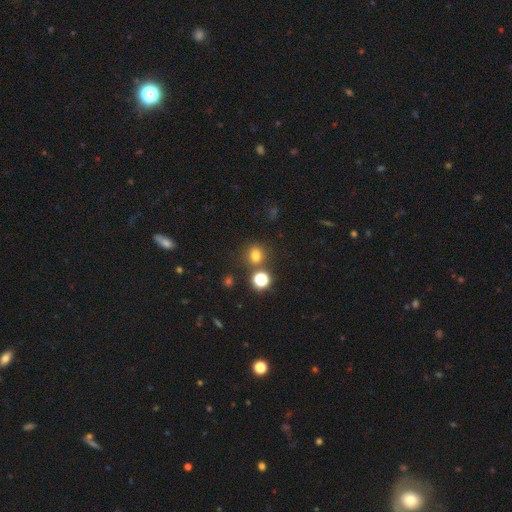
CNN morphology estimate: Smooth or featured: smooth — 74% (star or artifact — 20%)
How rounded: round — 79% (in between — 20%)
Merging: none — 78% (merger — 10%)